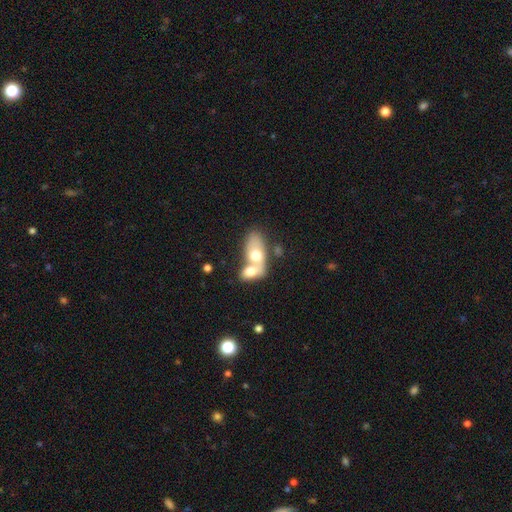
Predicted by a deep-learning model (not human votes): smooth-or-featured: smooth: 63% | featured or disk: 30% | star or artifact: 7%
  how-rounded: in between: 83% | round: 12% | cigar-shaped: 5%
  merging: merger: 77% | none: 13% | minor disturbance: 6% | major disturbance: 4%